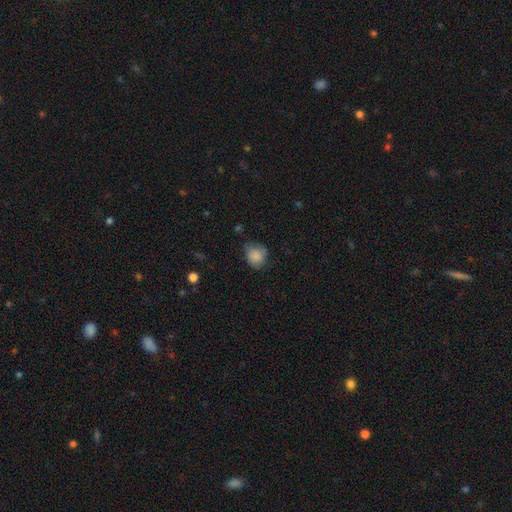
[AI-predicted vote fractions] Smooth or featured? Predicted: smooth (p=0.84). How rounded? Predicted: round (p=0.70). Merging? Predicted: none (p=0.58).